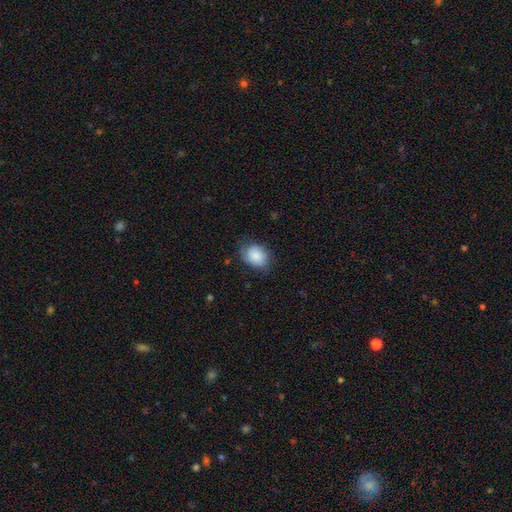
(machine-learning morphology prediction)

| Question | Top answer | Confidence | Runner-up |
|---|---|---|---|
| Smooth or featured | smooth | 81% | featured or disk (12%) |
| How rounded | in between | 63% | round (36%) |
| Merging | none | 70% | minor disturbance (23%) |